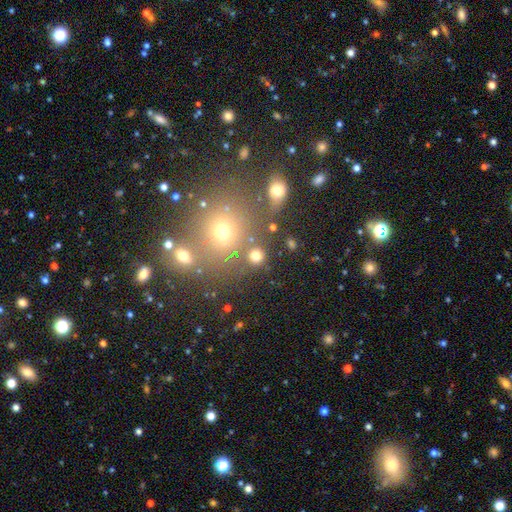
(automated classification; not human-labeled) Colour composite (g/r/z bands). It shows a smooth galaxy with no disk features (75%) that is round (88%). Merging: none (76%).